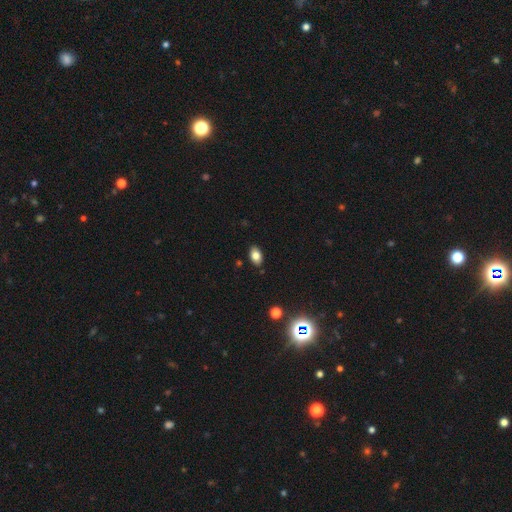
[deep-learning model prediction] Smooth or featured? Predicted: smooth (p=0.80). How rounded? Predicted: in between (p=0.90). Merging? Predicted: none (p=0.86).